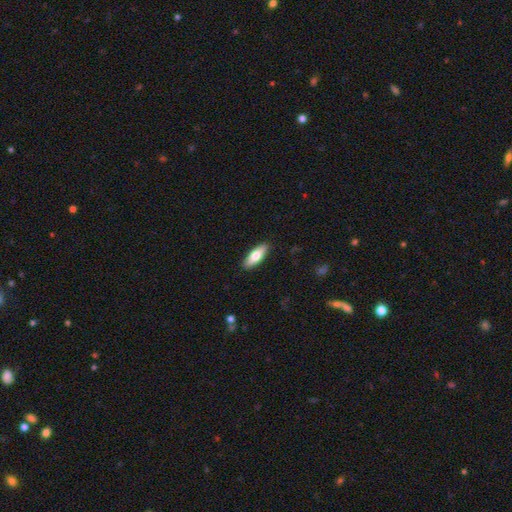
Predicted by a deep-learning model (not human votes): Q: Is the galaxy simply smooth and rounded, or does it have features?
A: smooth — 71%.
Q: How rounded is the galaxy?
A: in between — 61%.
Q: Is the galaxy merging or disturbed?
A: none — 90%.